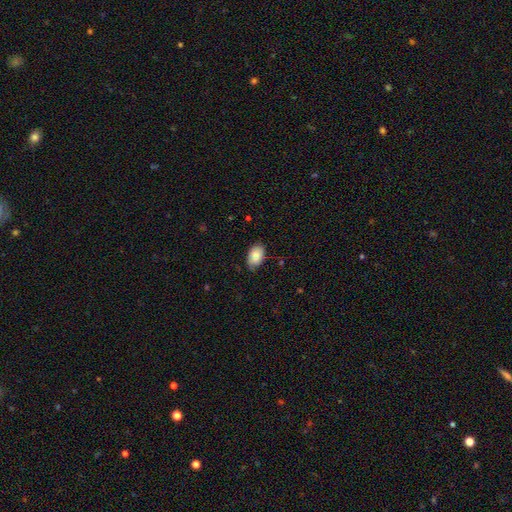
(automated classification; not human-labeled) Overall: smooth (80%). How rounded: in between (88%). Merging: none (73%).